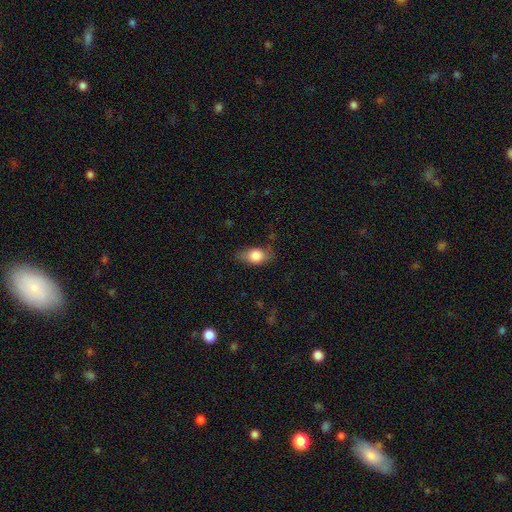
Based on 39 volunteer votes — Volunteers were most divided on "how rounded": in between: 70%, round: 27%, cigar-shaped: 3%. More confident: smooth or featured — smooth (77%); merging — none (65%).